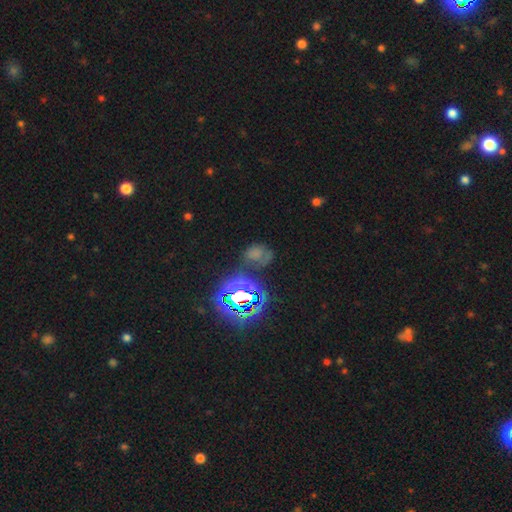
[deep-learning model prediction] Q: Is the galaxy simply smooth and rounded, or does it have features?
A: star or artifact — 44%.